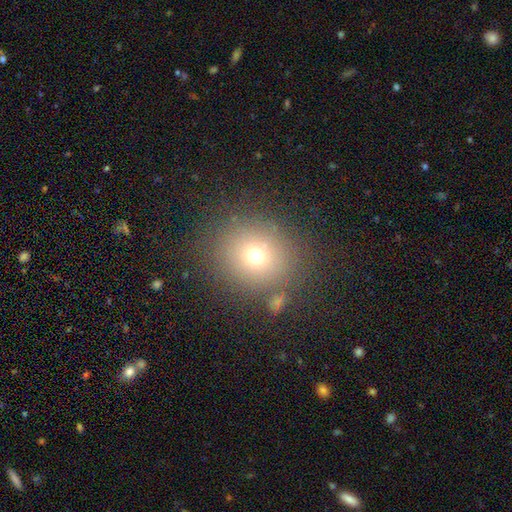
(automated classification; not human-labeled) Smooth or featured? Predicted: smooth (p=0.69). How rounded? Predicted: round (p=0.81). Merging? Predicted: none (p=0.81).